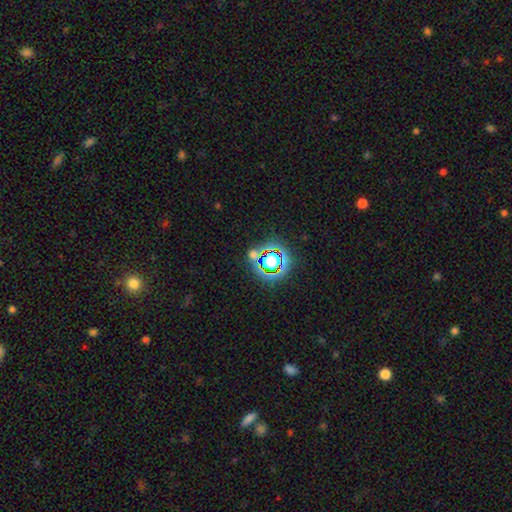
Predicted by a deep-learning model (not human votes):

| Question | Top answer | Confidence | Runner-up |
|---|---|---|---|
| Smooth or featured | star or artifact | 74% | smooth (17%) |